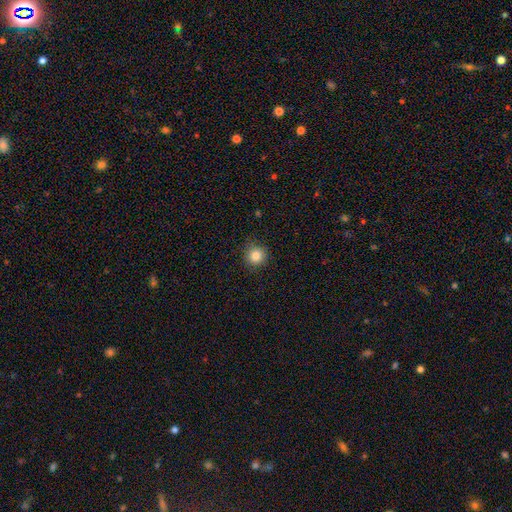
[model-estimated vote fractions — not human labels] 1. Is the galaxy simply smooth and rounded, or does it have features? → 84% smooth, 11% star or artifact, 5% featured or disk.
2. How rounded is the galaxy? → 94% round, 5% in between, 1% cigar-shaped.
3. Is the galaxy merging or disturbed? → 89% none, 8% minor disturbance, 2% major disturbance, 1% merger.